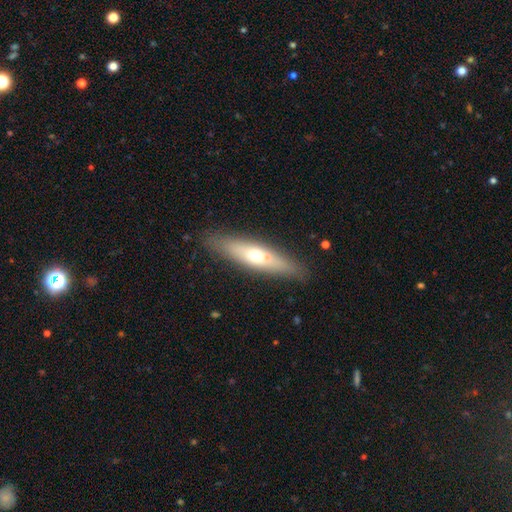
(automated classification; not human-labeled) The model was most divided on "smooth or featured": smooth: 51%, featured or disk: 42%, star or artifact: 7%. More confident: merging — none (79%); how rounded — cigar-shaped (70%).